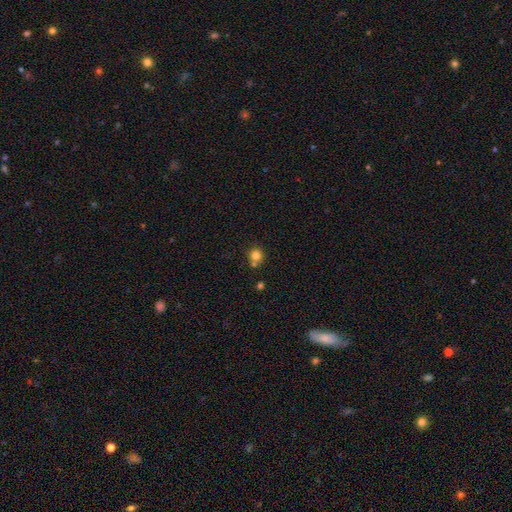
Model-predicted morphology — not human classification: smooth 80%, star or artifact 12%, featured or disk 7%. Down the decision tree: how rounded — round (90%); merging — none (62%).